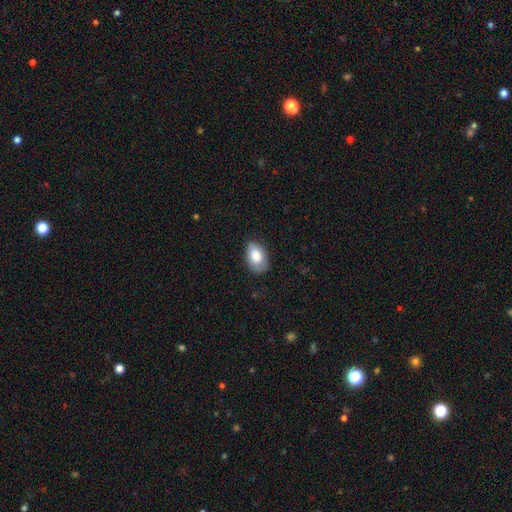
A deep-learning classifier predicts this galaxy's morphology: smooth_or_featured: smooth (p=0.81) [alt: featured or disk p=0.12]
how_rounded: in between (p=0.89) [alt: round p=0.10]
merging: none (p=0.74) [alt: minor disturbance p=0.21]